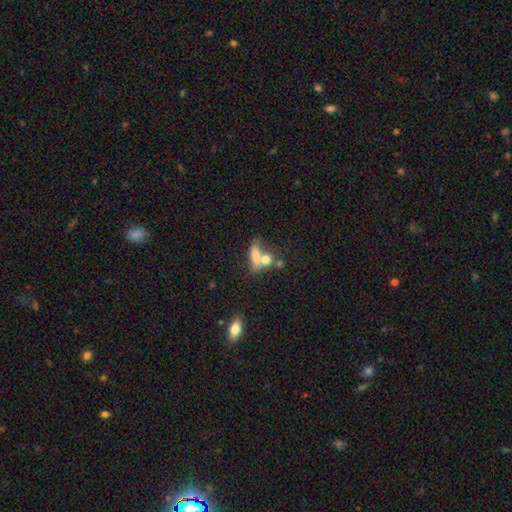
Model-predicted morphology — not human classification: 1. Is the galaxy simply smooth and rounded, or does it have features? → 68% smooth, 21% featured or disk, 11% star or artifact.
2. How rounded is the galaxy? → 55% in between, 27% cigar-shaped, 18% round.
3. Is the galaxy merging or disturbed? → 48% merger, 31% none, 11% minor disturbance, 9% major disturbance.